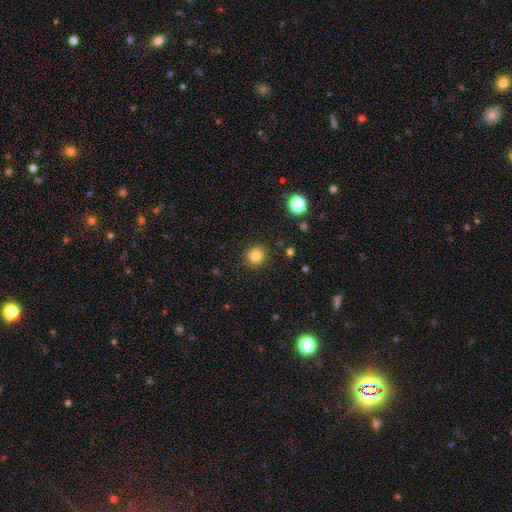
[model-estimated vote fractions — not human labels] smooth_or_featured: smooth (p=0.82) [alt: star or artifact p=0.12]
how_rounded: round (p=0.90) [alt: in between p=0.09]
merging: none (p=0.91) [alt: minor disturbance p=0.06]